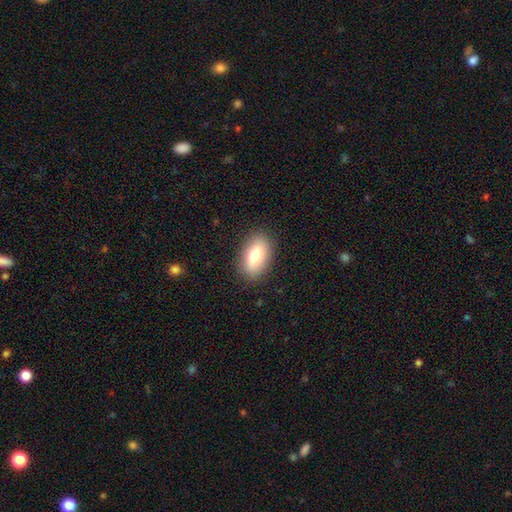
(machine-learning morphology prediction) Overall: smooth (77%). How rounded: in between (90%). Merging: none (87%).